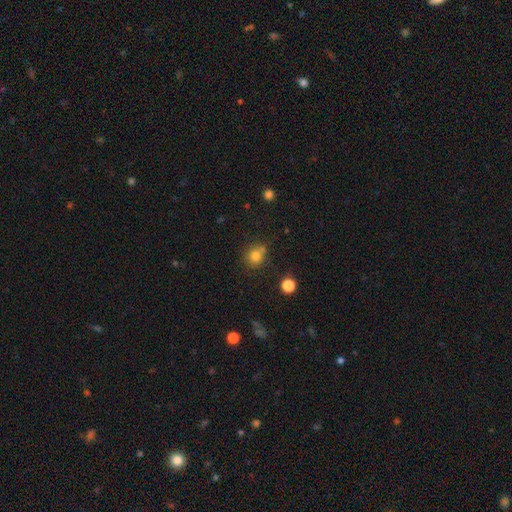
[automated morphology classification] A smooth galaxy with no disk features (79%) that is round (82%).

Vote fractions:
- Smooth or featured? smooth: 79% / star or artifact: 14% / featured or disk: 7%
- How rounded? round: 82% / in between: 17% / cigar-shaped: 1%
- Merging? none: 68% / minor disturbance: 15% / merger: 13% / major disturbance: 4%